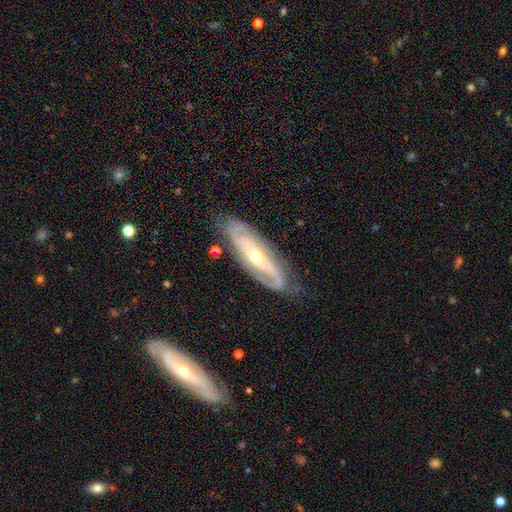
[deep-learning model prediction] Smooth or featured? featured or disk (86%)
Edge-on disk? no (86%)
Bar? no (54%)
Spiral arms? yes (94%)
Spiral winding? tight (57%)
Spiral arm count? 2 (54%)
Bulge size? moderate (48%, tied with small)
Merging? none (77%)